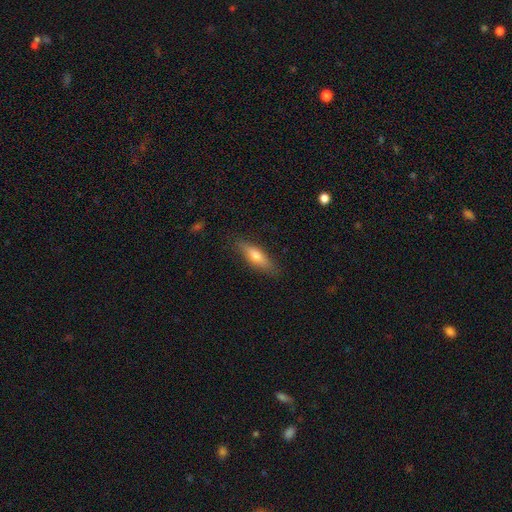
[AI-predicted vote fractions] Smooth or featured: smooth — 60% (featured or disk — 33%)
How rounded: cigar-shaped — 58% (in between — 39%)
Merging: none — 83% (minor disturbance — 13%)